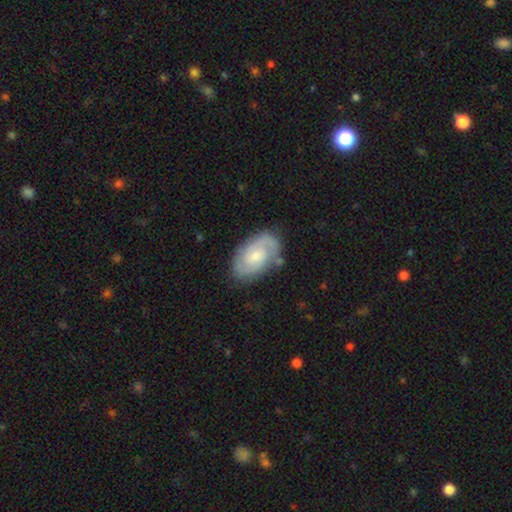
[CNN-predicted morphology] Overall: featured or disk (81%). Edge-on disk: no (97%). Bar: no (58%; weak 36%). Spiral arms: yes (96%). Spiral arm count: 2 (82%). Spiral winding: tight (53%; medium 38%). Bulge size: small (55%; moderate 39%). Merging: none (78%).